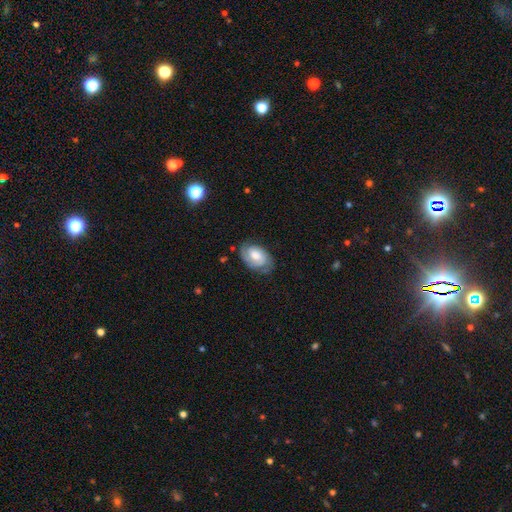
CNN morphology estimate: featured or disk 59%, smooth 34%, star or artifact 7%. Down the decision tree: edge-on disk — no (95%); bar — no (57%); spiral arms — yes (85%); bulge size — moderate (50%); merging — none (68%).